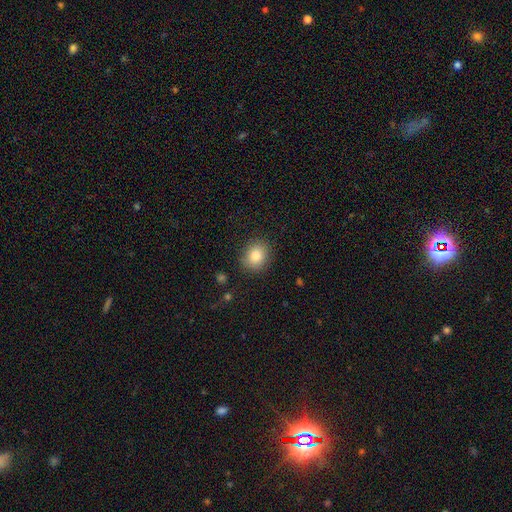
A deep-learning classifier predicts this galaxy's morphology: smooth-or-featured: smooth: 83% | star or artifact: 9% | featured or disk: 8%
  how-rounded: round: 70% | in between: 29% | cigar-shaped: 1%
  merging: none: 87% | minor disturbance: 9% | major disturbance: 3% | merger: 1%